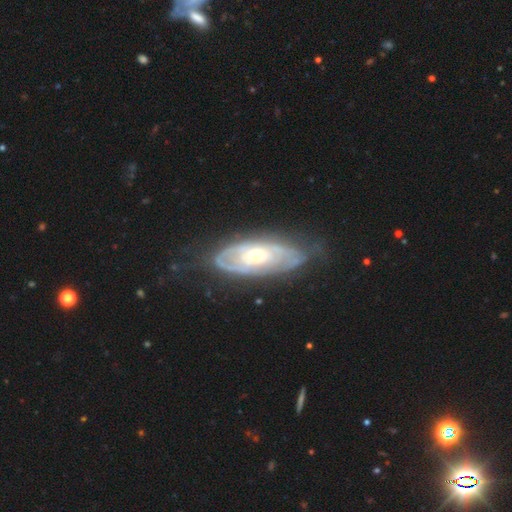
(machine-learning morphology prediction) Overall: featured or disk (80%). Edge-on disk: no (88%). Bar: no (74%). Spiral arms: yes (82%). Spiral arm count: can't tell (49%; 2 31%). Spiral winding: tight (68%). Bulge size: moderate (61%; small 29%). Merging: none (67%).